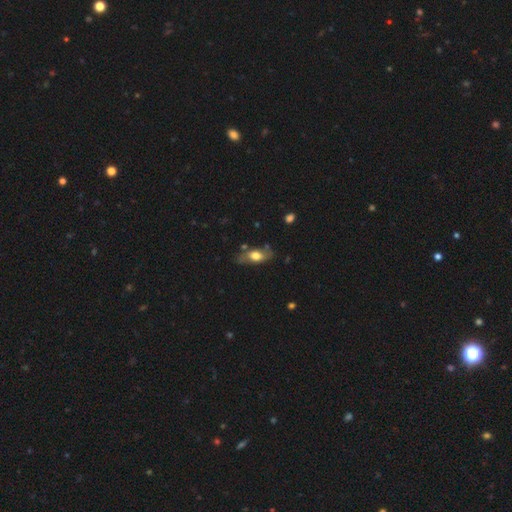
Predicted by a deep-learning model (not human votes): smooth_or_featured: smooth (p=0.54) [alt: featured or disk p=0.40]
how_rounded: in between (p=0.80) [alt: cigar-shaped p=0.14]
merging: none (p=0.66) [alt: minor disturbance p=0.23]